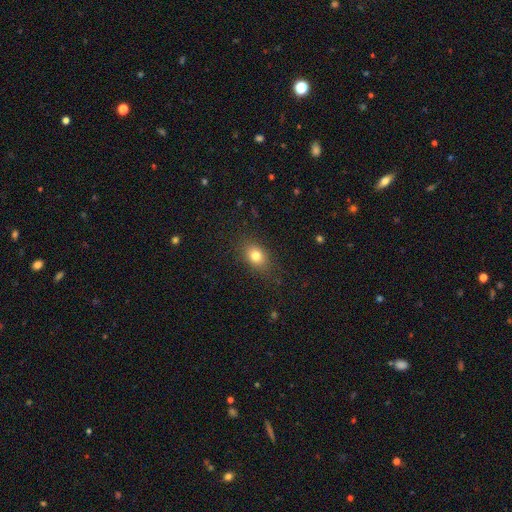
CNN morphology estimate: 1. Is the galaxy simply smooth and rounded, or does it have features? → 79% smooth, 11% star or artifact, 9% featured or disk.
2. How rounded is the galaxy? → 66% in between, 32% round, 2% cigar-shaped.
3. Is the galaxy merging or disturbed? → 83% none, 12% minor disturbance, 4% major disturbance, 1% merger.